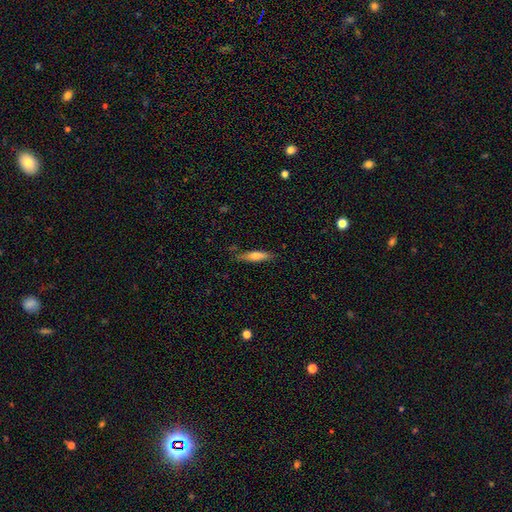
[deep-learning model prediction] Q: Smooth or featured?
A: smooth (63%); runner-up: featured or disk (30%)
Q: How rounded?
A: cigar-shaped (81%); runner-up: in between (18%)
Q: Merging?
A: none (78%); runner-up: minor disturbance (16%)